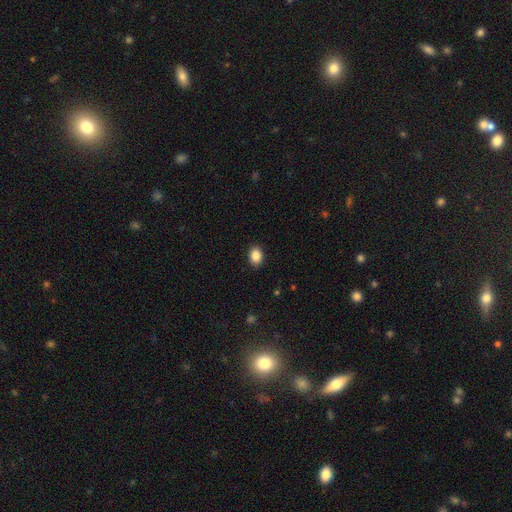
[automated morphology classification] smooth-or-featured: smooth: 87% | star or artifact: 8% | featured or disk: 4%
  how-rounded: in between: 71% | round: 28% | cigar-shaped: 1%
  merging: none: 89% | minor disturbance: 8% | major disturbance: 2% | merger: 1%